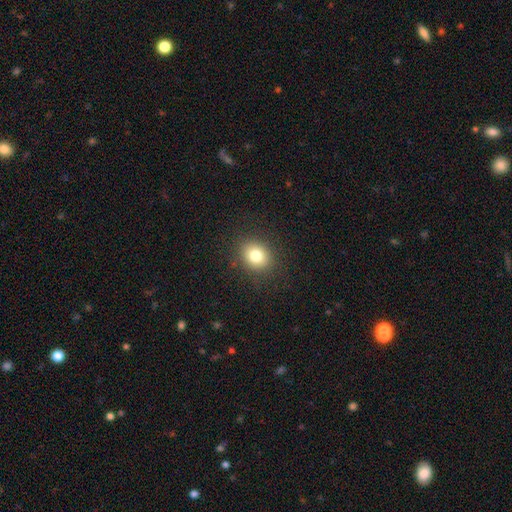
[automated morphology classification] smooth-or-featured: smooth: 80% | star or artifact: 11% | featured or disk: 9%
  how-rounded: round: 65% | in between: 34% | cigar-shaped: 1%
  merging: none: 88% | minor disturbance: 8% | major disturbance: 3% | merger: 1%